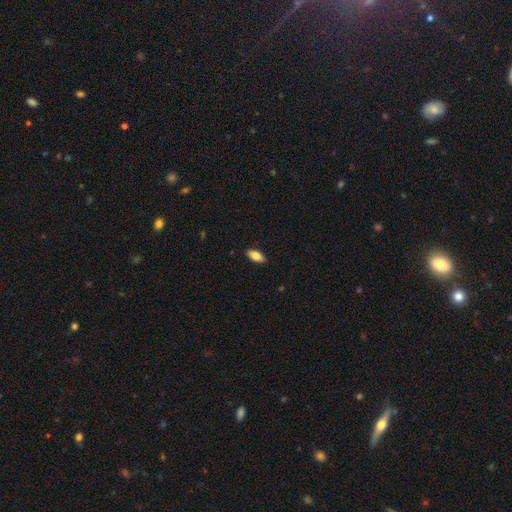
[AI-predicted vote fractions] The model was most divided on "smooth or featured": smooth: 80%, featured or disk: 14%, star or artifact: 7%. More confident: merging — none (89%); how rounded — in between (88%).